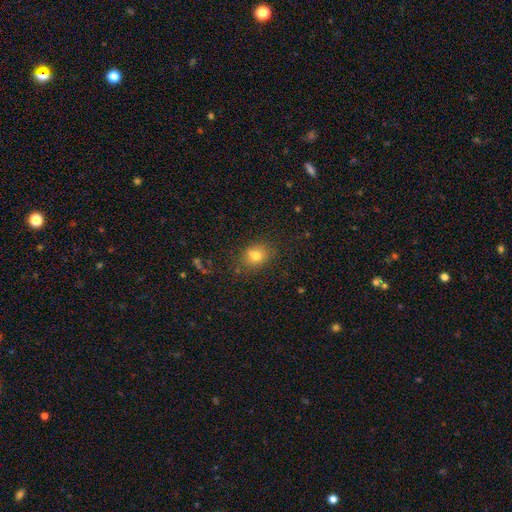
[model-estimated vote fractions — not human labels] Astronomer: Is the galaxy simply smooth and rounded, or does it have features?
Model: smooth — 77%.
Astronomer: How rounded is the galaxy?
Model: round — 54% (runner-up: in between, 44%).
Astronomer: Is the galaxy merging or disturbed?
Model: none — 78%.